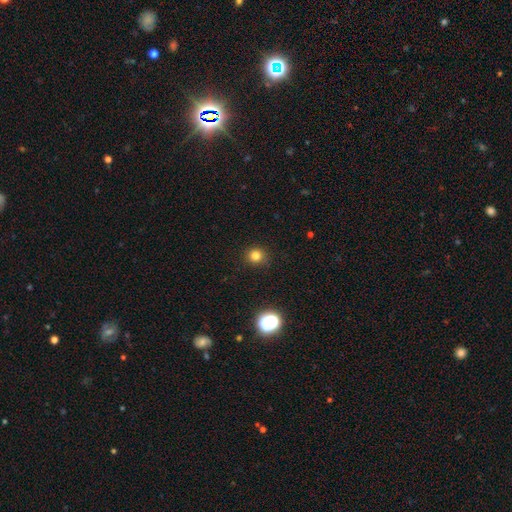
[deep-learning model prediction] Smooth or featured: smooth — 80% (star or artifact — 15%)
How rounded: round — 90% (in between — 9%)
Merging: none — 88% (minor disturbance — 8%)